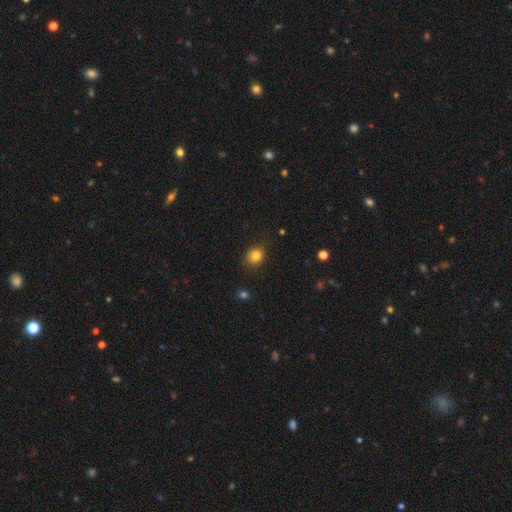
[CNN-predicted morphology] smooth-or-featured: smooth: 83% | star or artifact: 12% | featured or disk: 5%
  how-rounded: round: 70% | in between: 29% | cigar-shaped: 1%
  merging: none: 83% | minor disturbance: 12% | major disturbance: 3% | merger: 1%